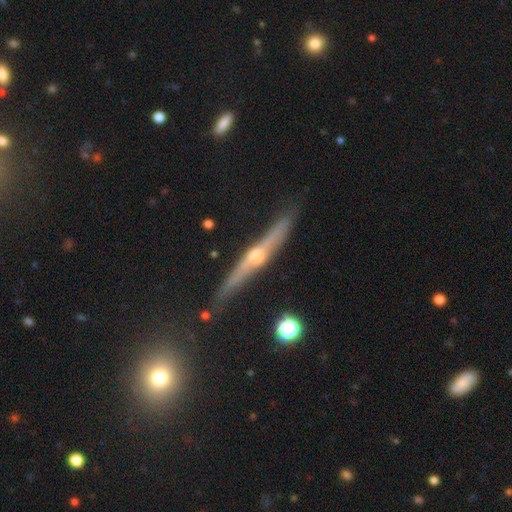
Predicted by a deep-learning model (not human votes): Q: Smooth or featured?
A: featured or disk (78%); runner-up: smooth (15%)
Q: Edge-on disk?
A: yes (97%); runner-up: no (3%)
Q: Edge-on bulge?
A: rounded (87%); runner-up: none (7%)
Q: Merging?
A: none (85%); runner-up: minor disturbance (11%)